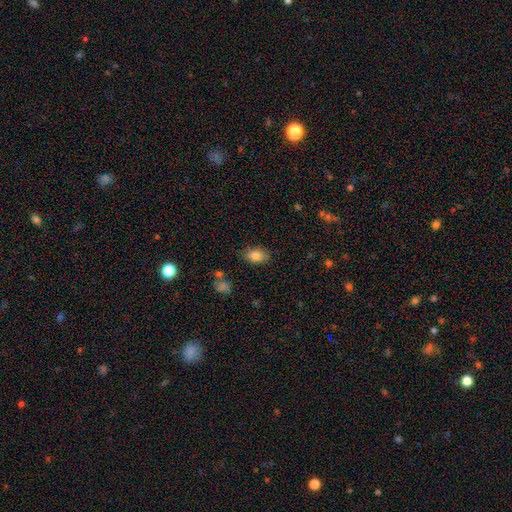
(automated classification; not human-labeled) Morphology: type=smooth (84%); roundness=in between (86%); merging=none (82%).